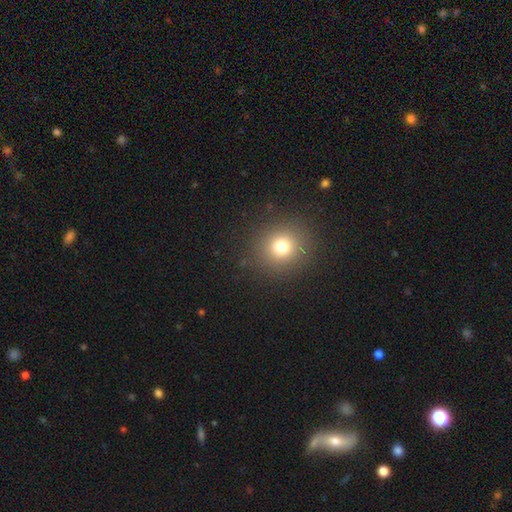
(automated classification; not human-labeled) Smooth or featured? smooth (70%)
How rounded? round (90%)
Merging? none (92%)